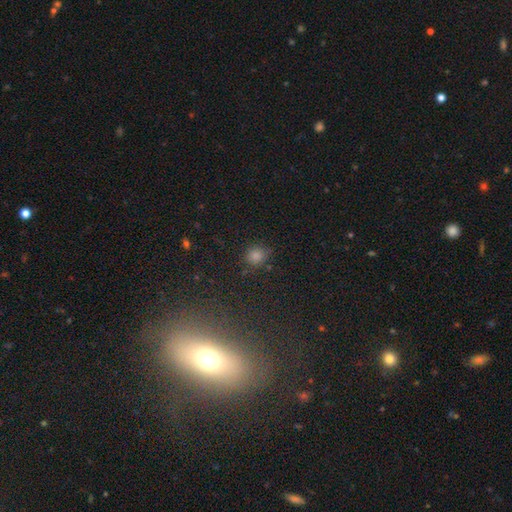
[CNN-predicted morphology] Smooth or featured? smooth (66%)
How rounded? round (81%)
Merging? none (85%)